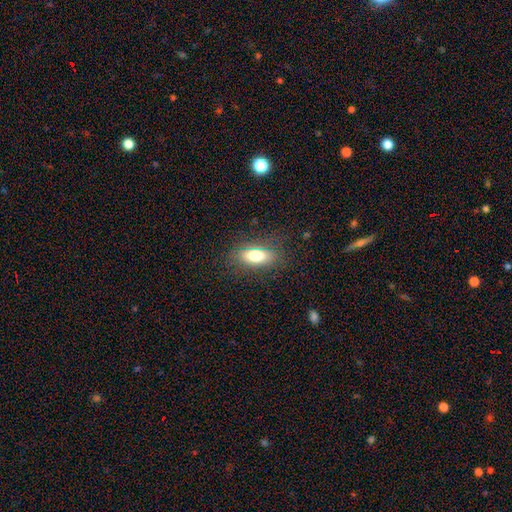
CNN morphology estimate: Smooth or featured: smooth — 75% (featured or disk — 16%)
How rounded: in between — 80% (cigar-shaped — 15%)
Merging: none — 83% (minor disturbance — 12%)